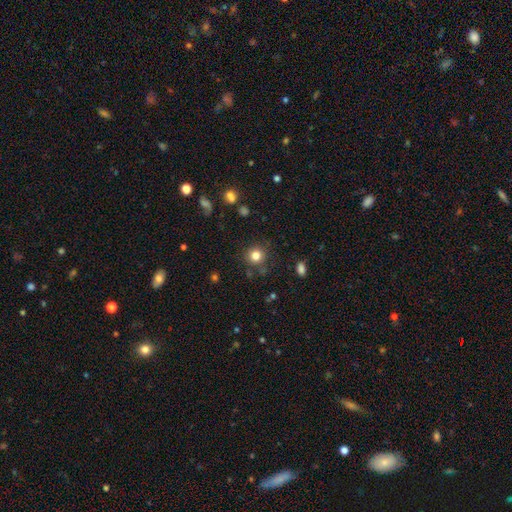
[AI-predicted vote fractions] smooth 82%, star or artifact 12%, featured or disk 6%. Down the decision tree: how rounded — round (92%); merging — none (85%).